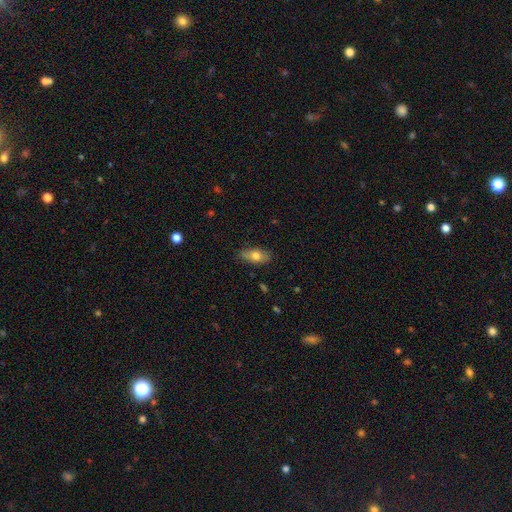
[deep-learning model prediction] Smooth or featured?
  - smooth: 71% *
  - featured or disk: 22%
  - star or artifact: 7%
How rounded?
  - in between: 86% *
  - cigar-shaped: 9%
  - round: 5%
Merging?
  - none: 82% *
  - minor disturbance: 14%
  - major disturbance: 3%
  - merger: 1%